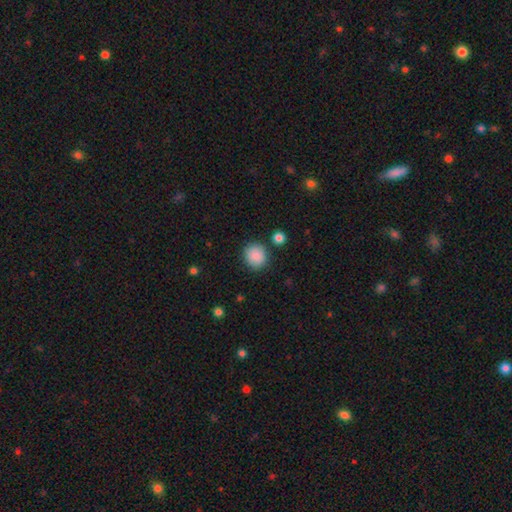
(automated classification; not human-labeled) Smooth or featured?
  - smooth: 88% *
  - star or artifact: 8%
  - featured or disk: 3%
How rounded?
  - round: 82% *
  - in between: 17%
  - cigar-shaped: 1%
Merging?
  - none: 84% *
  - minor disturbance: 9%
  - merger: 3%
  - major disturbance: 3%